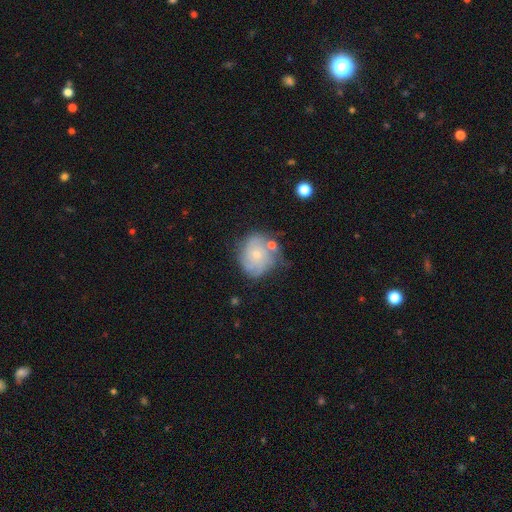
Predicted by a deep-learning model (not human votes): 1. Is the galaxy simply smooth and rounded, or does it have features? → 57% featured or disk, 35% smooth, 8% star or artifact.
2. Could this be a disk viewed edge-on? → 97% no, 3% yes.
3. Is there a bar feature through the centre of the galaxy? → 83% no, 15% weak, 2% strong.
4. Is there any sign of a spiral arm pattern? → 79% yes, 21% no.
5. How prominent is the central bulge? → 68% small, 27% moderate, 3% none, 1% large, 1% dominant.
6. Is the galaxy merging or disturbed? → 54% none, 26% minor disturbance, 10% major disturbance, 10% merger.